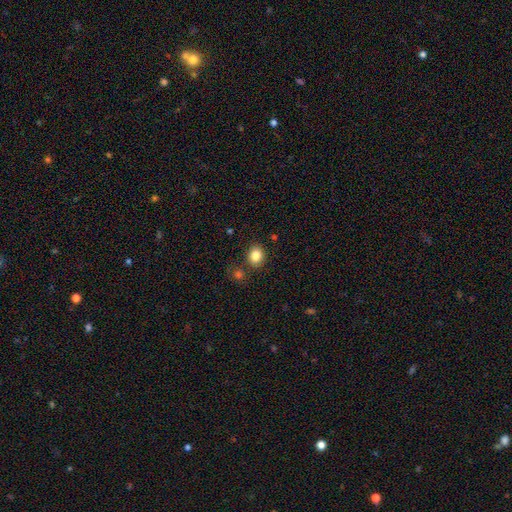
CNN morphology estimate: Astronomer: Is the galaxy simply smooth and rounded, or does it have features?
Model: smooth — 84%.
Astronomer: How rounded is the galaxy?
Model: round — 62%.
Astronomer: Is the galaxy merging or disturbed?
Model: none — 82%.